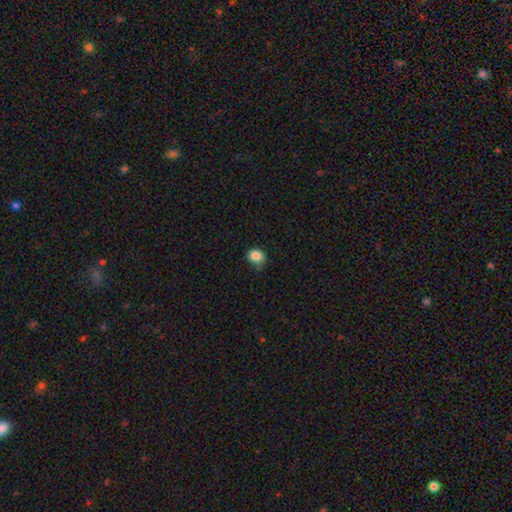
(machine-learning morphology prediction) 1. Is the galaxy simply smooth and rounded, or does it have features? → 85% smooth, 10% star or artifact, 4% featured or disk.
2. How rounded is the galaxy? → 72% round, 28% in between, 1% cigar-shaped.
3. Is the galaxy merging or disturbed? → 63% none, 29% minor disturbance, 6% major disturbance, 2% merger.